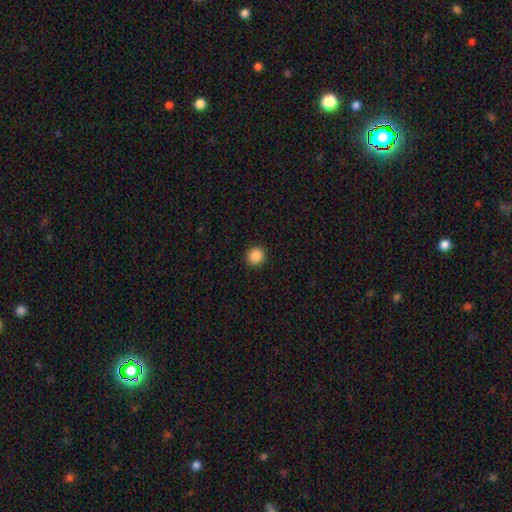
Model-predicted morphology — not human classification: Smooth or featured? Predicted: smooth (p=0.88). How rounded? Predicted: round (p=0.90). Merging? Predicted: none (p=0.92).